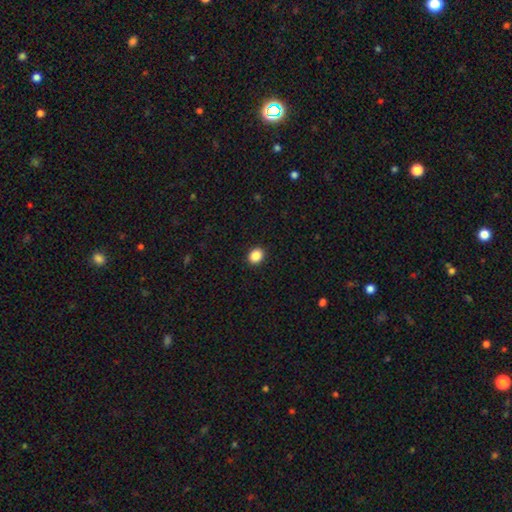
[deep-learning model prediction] Smooth or featured: smooth — 88% (star or artifact — 9%)
How rounded: round — 67% (in between — 32%)
Merging: none — 92% (minor disturbance — 5%)